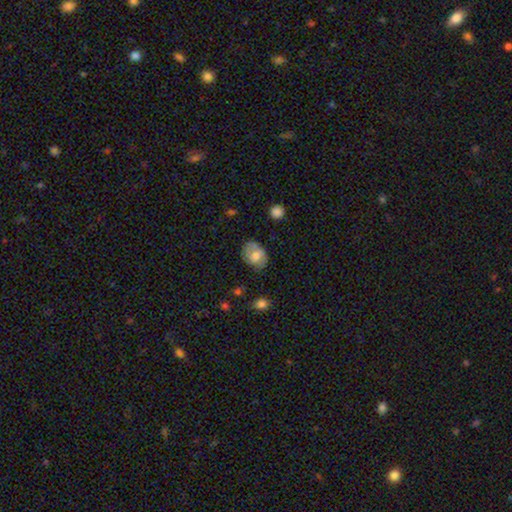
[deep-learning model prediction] Smooth or featured: smooth — 64% (featured or disk — 29%)
How rounded: in between — 65% (round — 33%)
Merging: none — 68% (minor disturbance — 24%)